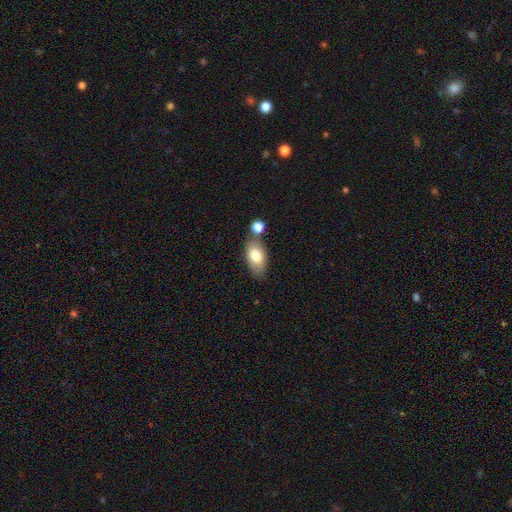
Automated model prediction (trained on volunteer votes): smooth-or-featured: smooth: 77% | featured or disk: 16% | star or artifact: 7%
  how-rounded: in between: 91% | round: 6% | cigar-shaped: 3%
  merging: none: 66% | merger: 17% | minor disturbance: 14% | major disturbance: 4%